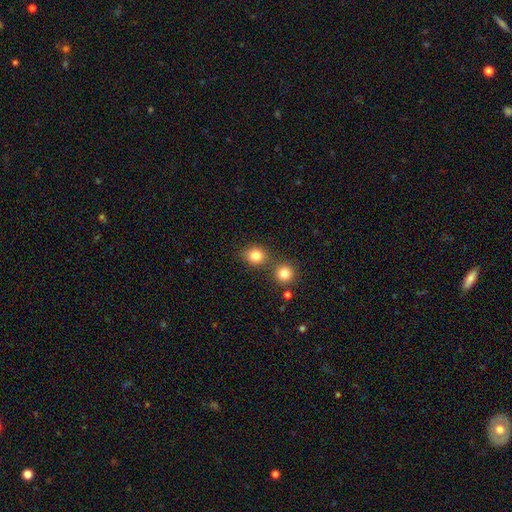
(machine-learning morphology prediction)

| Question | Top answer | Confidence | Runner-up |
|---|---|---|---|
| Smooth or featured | smooth | 83% | star or artifact (12%) |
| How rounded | round | 80% | in between (19%) |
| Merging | none | 70% | merger (17%) |